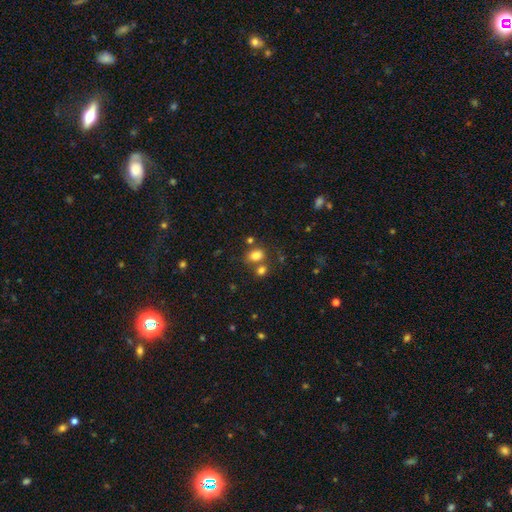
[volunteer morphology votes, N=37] Smooth or featured? smooth (81%)
How rounded? in between (67%)
Merging? none (71%)